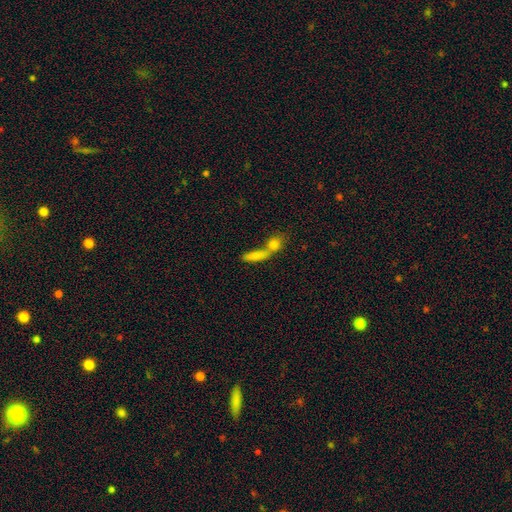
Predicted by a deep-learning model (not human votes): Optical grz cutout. It shows a smooth galaxy with no disk features (74%) that is cigar-shaped (47%). Merging: merger (63%).